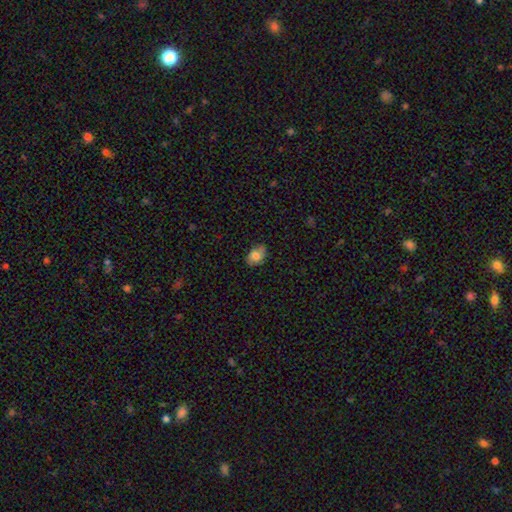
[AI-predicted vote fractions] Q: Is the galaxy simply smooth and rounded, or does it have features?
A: smooth — 79%.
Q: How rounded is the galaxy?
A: in between — 78%.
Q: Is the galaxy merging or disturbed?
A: none — 78%.